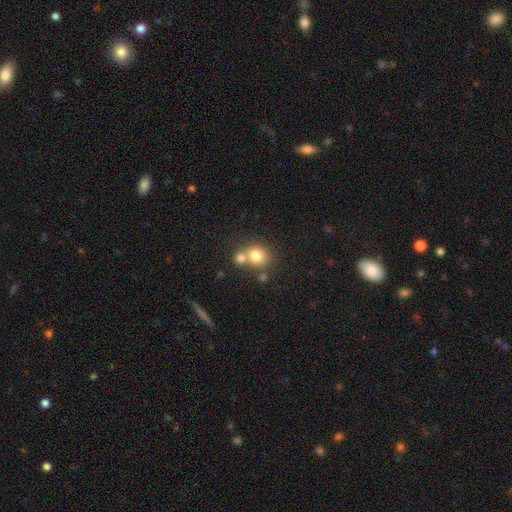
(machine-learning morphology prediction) Smooth or featured?
  - smooth: 79% *
  - star or artifact: 11%
  - featured or disk: 11%
How rounded?
  - round: 81% *
  - in between: 18%
  - cigar-shaped: 1%
Merging?
  - none: 46% *
  - merger: 42%
  - minor disturbance: 8%
  - major disturbance: 3%